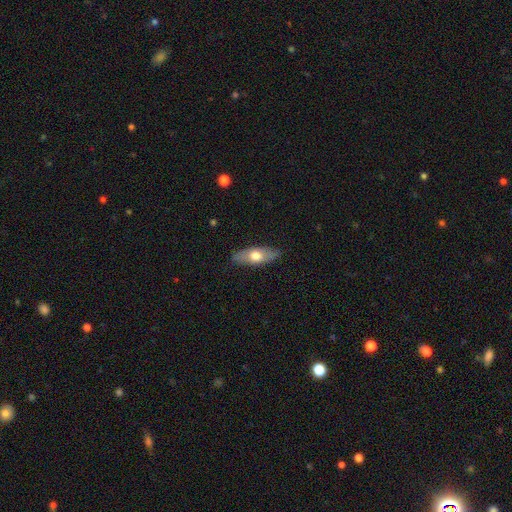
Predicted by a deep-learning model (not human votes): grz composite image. It shows a smooth galaxy with no disk features (58%) that is in between round and cigar-shaped (71%). Merging: none (85%).